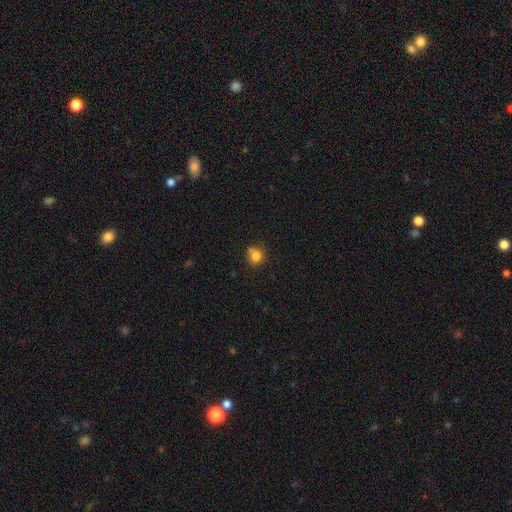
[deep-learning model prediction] smooth-or-featured: smooth: 81% | star or artifact: 12% | featured or disk: 7%
  how-rounded: round: 82% | in between: 17% | cigar-shaped: 1%
  merging: none: 64% | minor disturbance: 21% | merger: 9% | major disturbance: 5%